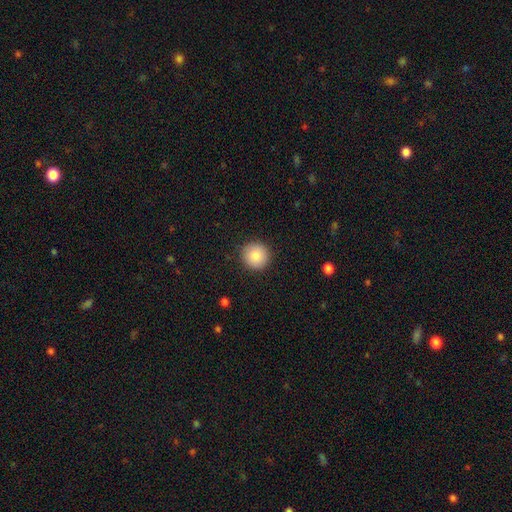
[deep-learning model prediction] This is clearly a smooth galaxy (85%). How rounded: clearly round (95%). Merging: clearly none (91%).